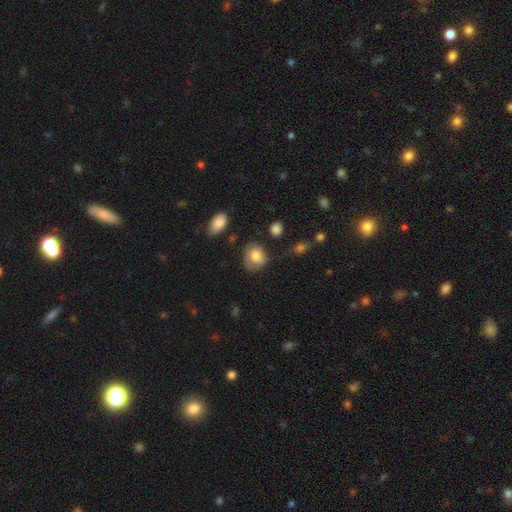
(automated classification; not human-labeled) A smooth galaxy with no disk features (76%) that is round (58%). Merging: none (55%).